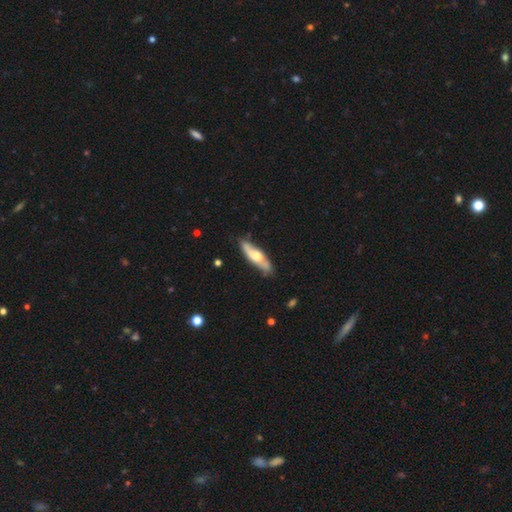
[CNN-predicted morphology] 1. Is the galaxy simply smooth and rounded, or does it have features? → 50% featured or disk, 44% smooth, 5% star or artifact.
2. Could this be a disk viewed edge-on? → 58% yes, 42% no.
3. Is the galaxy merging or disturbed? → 74% none, 20% minor disturbance, 4% major disturbance, 3% merger.